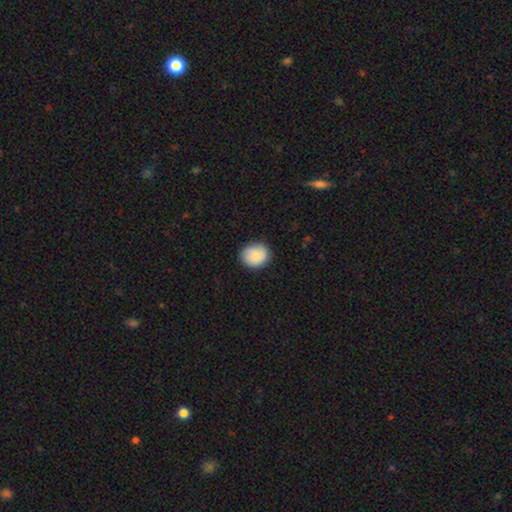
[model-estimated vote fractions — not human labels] A smooth galaxy with no disk features (88%) that is round (74%). Merging: none (87%).